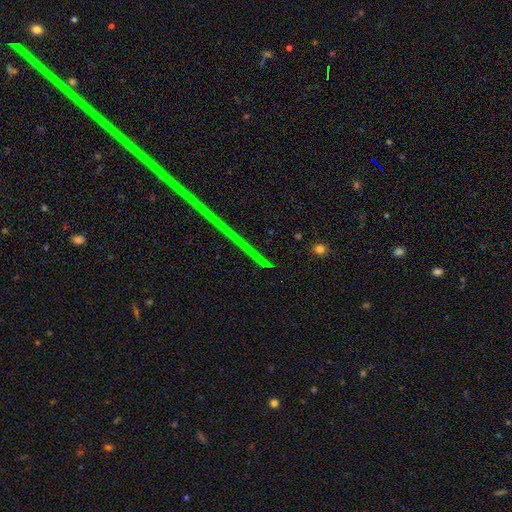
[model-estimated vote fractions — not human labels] Q: Smooth or featured?
A: star or artifact (79%); runner-up: featured or disk (11%)